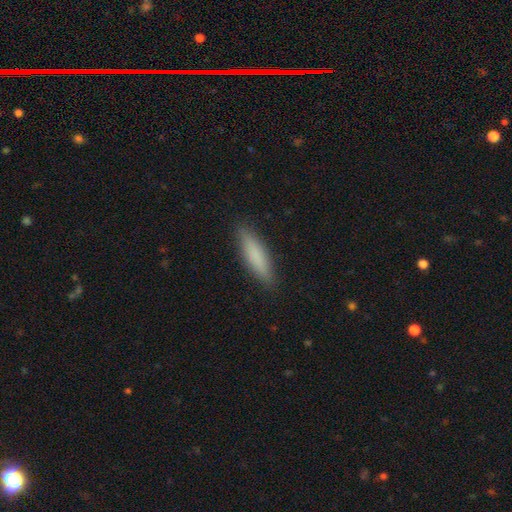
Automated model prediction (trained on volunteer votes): smooth 81%, featured or disk 13%, star or artifact 6%. Down the decision tree: how rounded — cigar-shaped (72%); merging — none (89%).